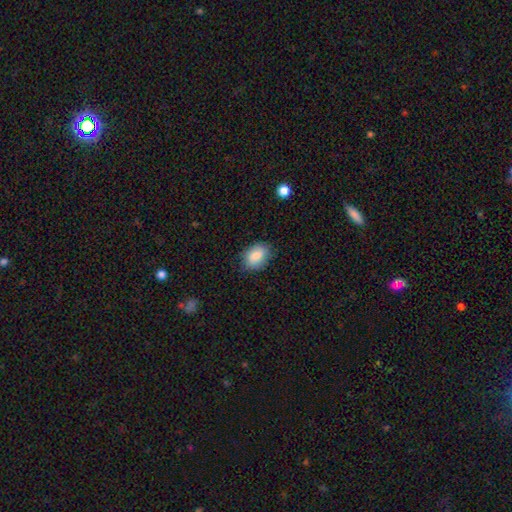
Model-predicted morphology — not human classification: Smooth or featured: smooth — 83% (featured or disk — 10%)
How rounded: in between — 78% (round — 21%)
Merging: none — 80% (minor disturbance — 15%)